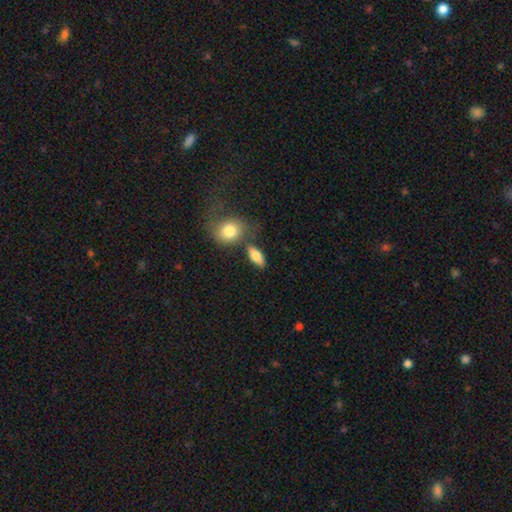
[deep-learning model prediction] Smooth or featured? Predicted: smooth (p=0.74). How rounded? Predicted: in between (p=0.73). Merging? Predicted: none (p=0.67).